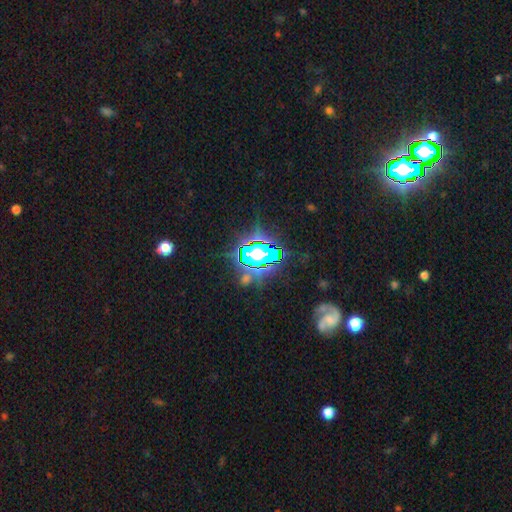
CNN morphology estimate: The model was most divided on "smooth or featured": star or artifact: 59%, featured or disk: 21%, smooth: 20%.